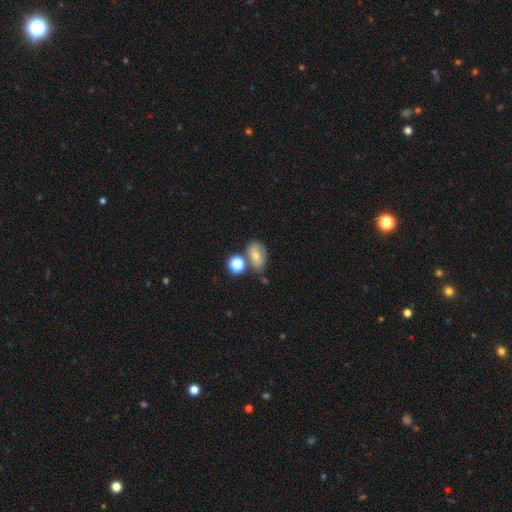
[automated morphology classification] smooth-or-featured: smooth: 62% | featured or disk: 24% | star or artifact: 14%
  how-rounded: in between: 74% | round: 24% | cigar-shaped: 2%
  merging: none: 54% | merger: 21% | minor disturbance: 19% | major disturbance: 6%